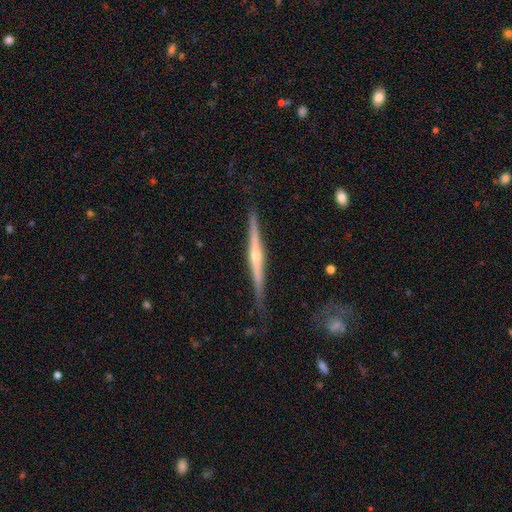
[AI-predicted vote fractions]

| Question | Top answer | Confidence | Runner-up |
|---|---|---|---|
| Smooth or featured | featured or disk | 81% | smooth (14%) |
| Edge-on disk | yes | 98% | no (2%) |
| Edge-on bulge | rounded | 84% | none (12%) |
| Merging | none | 84% | minor disturbance (12%) |